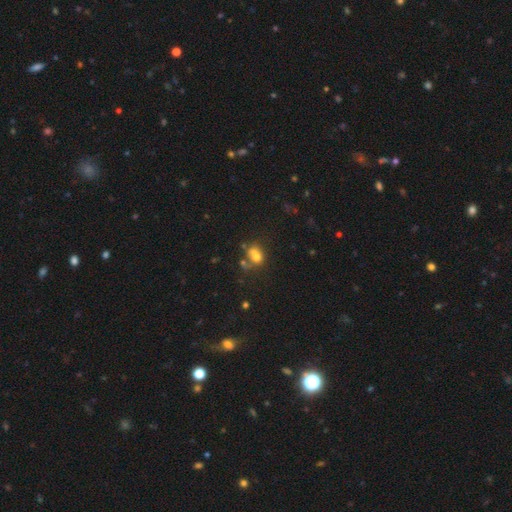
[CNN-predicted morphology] Smooth or featured: smooth — 64% (featured or disk — 19%)
How rounded: round — 50% (in between — 48%)
Merging: merger — 44% (none — 33%)